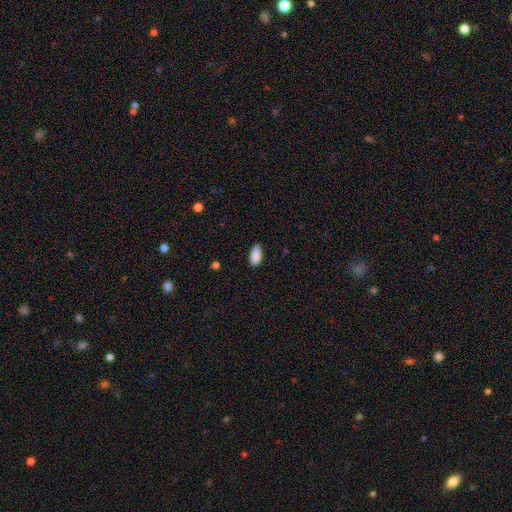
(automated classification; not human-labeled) This is clearly a smooth galaxy (90%). How rounded: clearly in between (90%). Merging: clearly none (84%).